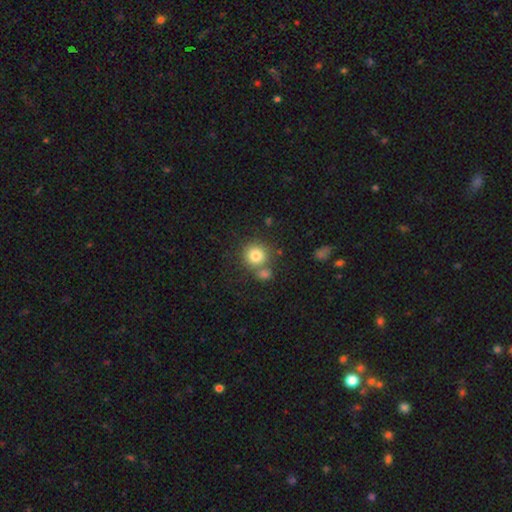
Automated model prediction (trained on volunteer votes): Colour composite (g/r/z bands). It shows a smooth galaxy with no disk features (80%) that is round (90%). Merging: none (64%).